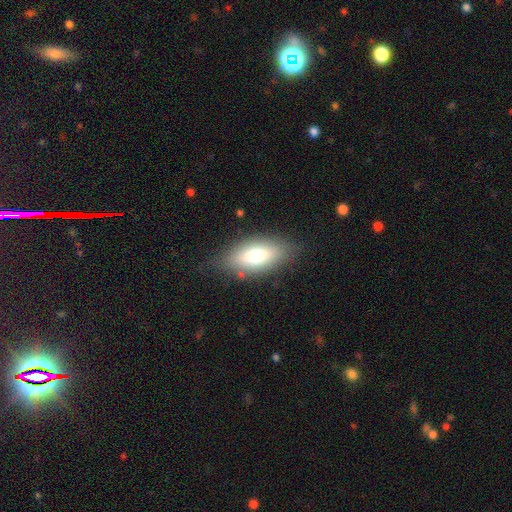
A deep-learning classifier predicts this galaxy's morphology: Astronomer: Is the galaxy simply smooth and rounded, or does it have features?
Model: smooth — 71%.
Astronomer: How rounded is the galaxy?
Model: in between — 85%.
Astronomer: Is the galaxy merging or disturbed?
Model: none — 77%.